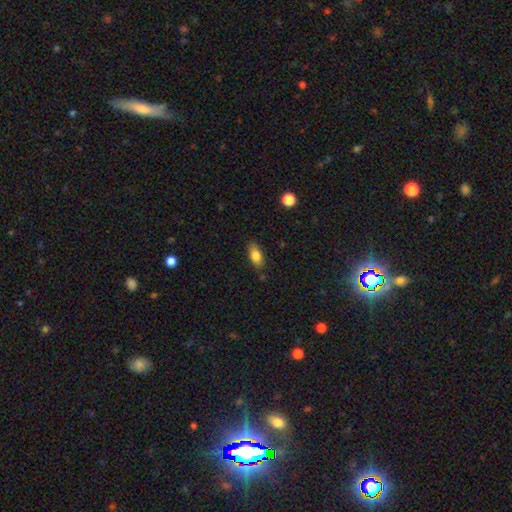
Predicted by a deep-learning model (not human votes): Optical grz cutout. It shows a smooth galaxy with no disk features (81%) that is in between round and cigar-shaped (85%). Merging: none (81%).